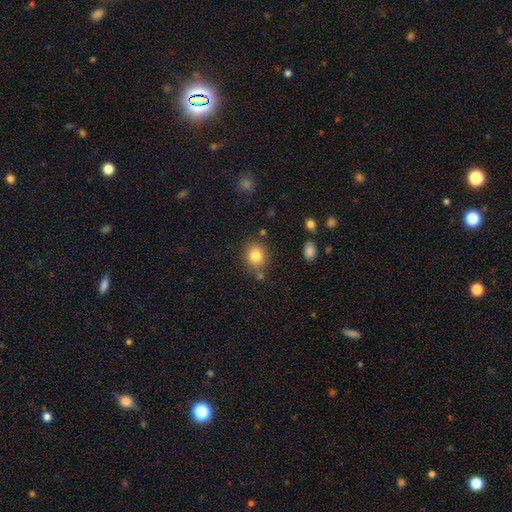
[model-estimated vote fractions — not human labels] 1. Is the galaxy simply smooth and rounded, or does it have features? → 82% smooth, 11% star or artifact, 7% featured or disk.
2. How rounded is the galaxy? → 76% round, 23% in between, 1% cigar-shaped.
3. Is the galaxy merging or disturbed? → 79% none, 11% minor disturbance, 6% merger, 3% major disturbance.